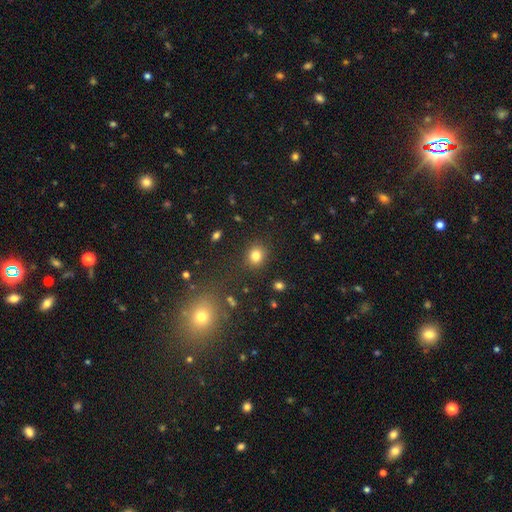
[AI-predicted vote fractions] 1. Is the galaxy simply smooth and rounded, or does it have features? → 81% smooth, 13% star or artifact, 6% featured or disk.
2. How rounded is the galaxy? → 76% round, 23% in between, 1% cigar-shaped.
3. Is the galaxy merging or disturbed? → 87% none, 8% minor disturbance, 3% major disturbance, 2% merger.